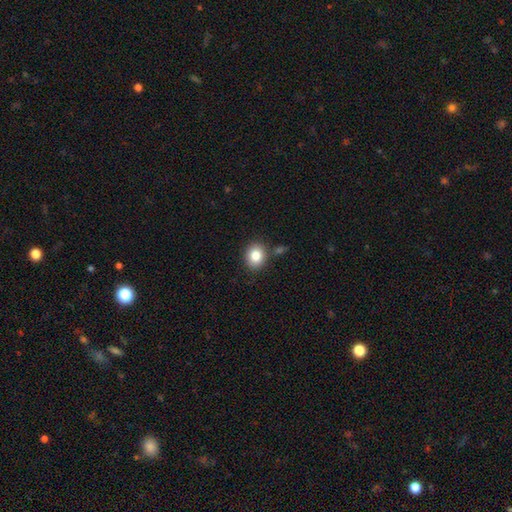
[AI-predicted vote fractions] Morphology: type=smooth (84%); roundness=round (55%); merging=none (82%).